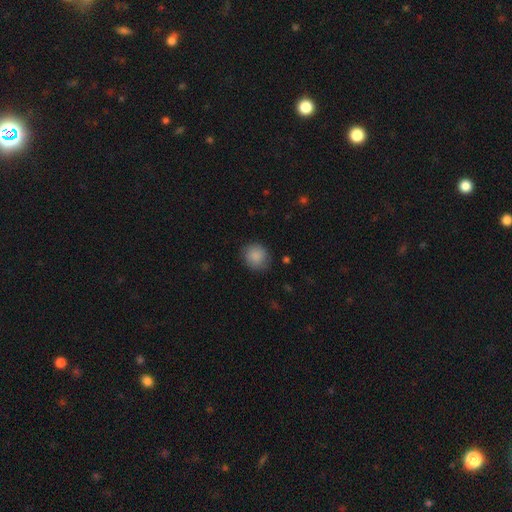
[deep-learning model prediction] A smooth galaxy with no disk features (88%) that is round (83%). Merging: none (83%).